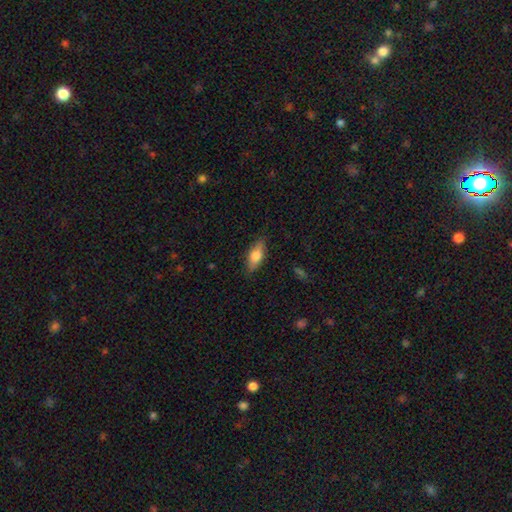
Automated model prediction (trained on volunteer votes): A smooth galaxy with no disk features (71%) that is in between round and cigar-shaped (77%).

Vote fractions:
- Smooth or featured? smooth: 71% / featured or disk: 23% / star or artifact: 6%
- How rounded? in between: 77% / cigar-shaped: 20% / round: 3%
- Merging? none: 83% / minor disturbance: 13% / major disturbance: 3% / merger: 1%